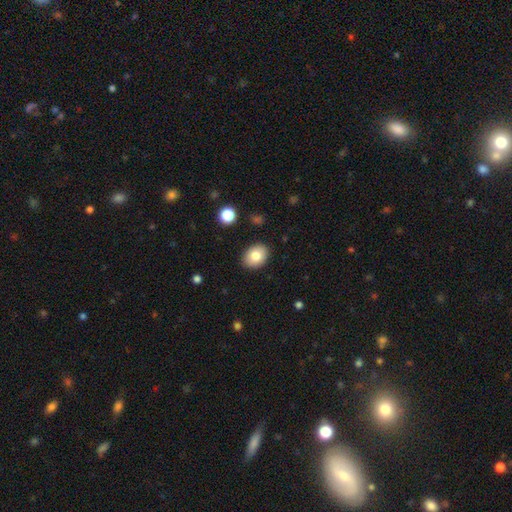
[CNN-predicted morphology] Q: Smooth or featured?
A: smooth (82%); runner-up: featured or disk (10%)
Q: How rounded?
A: in between (68%); runner-up: round (32%)
Q: Merging?
A: none (88%); runner-up: minor disturbance (9%)